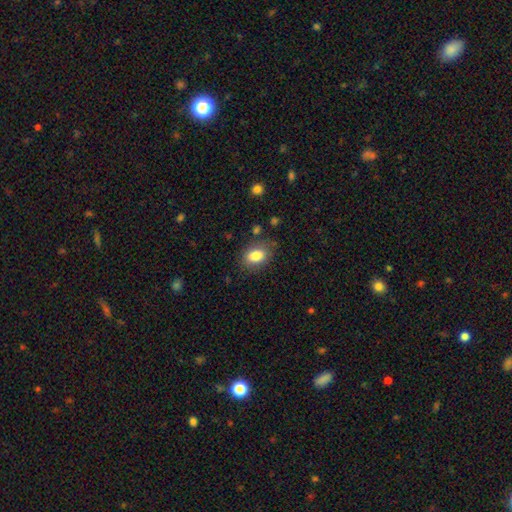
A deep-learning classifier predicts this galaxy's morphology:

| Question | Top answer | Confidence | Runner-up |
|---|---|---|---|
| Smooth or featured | smooth | 84% | star or artifact (9%) |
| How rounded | in between | 79% | round (19%) |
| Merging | none | 79% | minor disturbance (14%) |